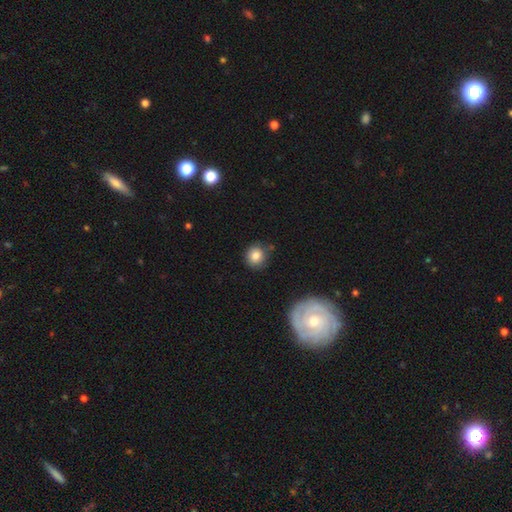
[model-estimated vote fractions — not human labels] smooth 81%, featured or disk 10%, star or artifact 10%. Down the decision tree: how rounded — round (90%); merging — none (82%).